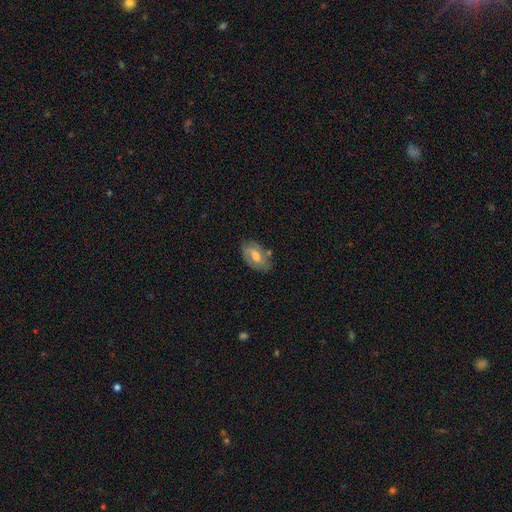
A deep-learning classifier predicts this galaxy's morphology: smooth 47%, featured or disk 46%, star or artifact 7%. Down the decision tree: merging — none (71%).